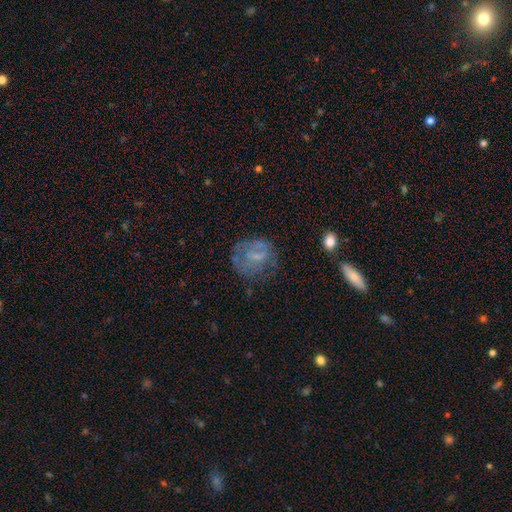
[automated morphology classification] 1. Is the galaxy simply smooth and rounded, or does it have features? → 47% featured or disk, 41% smooth, 12% star or artifact.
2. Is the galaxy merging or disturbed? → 52% none, 23% minor disturbance, 23% major disturbance, 2% merger.